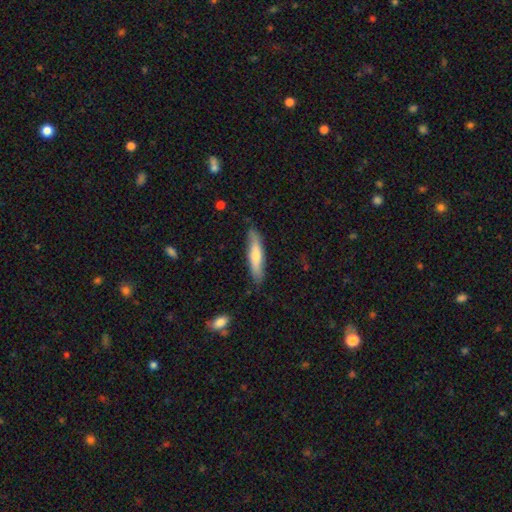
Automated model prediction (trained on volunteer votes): A smooth galaxy with no disk features (61%) that is cigar-shaped (82%).

Vote fractions:
- Smooth or featured? smooth: 61% / featured or disk: 34% / star or artifact: 5%
- How rounded? cigar-shaped: 82% / in between: 16% / round: 2%
- Merging? none: 80% / minor disturbance: 16% / major disturbance: 3% / merger: 2%